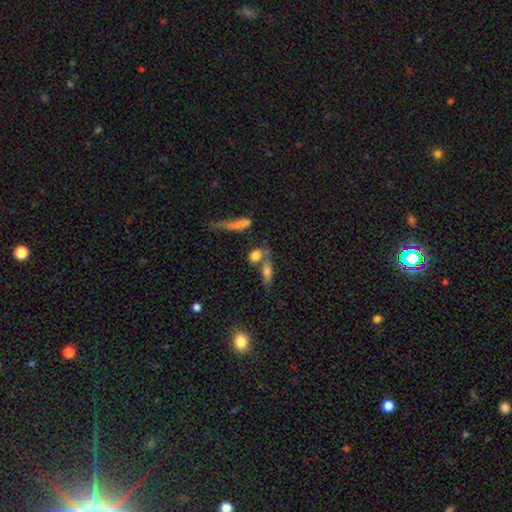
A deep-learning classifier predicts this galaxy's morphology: Smooth or featured? smooth (72%)
How rounded? in between (61%)
Merging? none (40%, tied with merger)